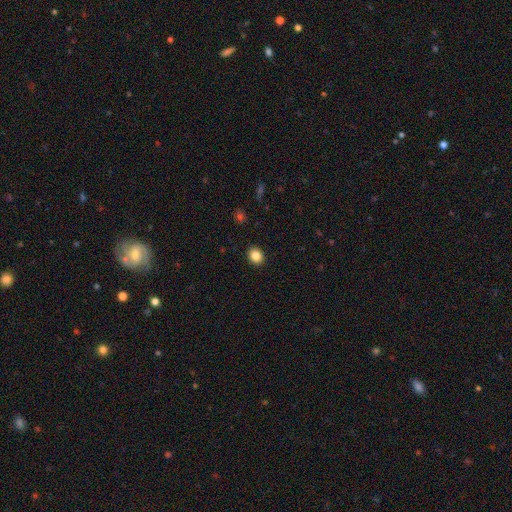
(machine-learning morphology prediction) This is clearly a smooth galaxy (85%). How rounded: likely round (62%). Merging: clearly none (92%).